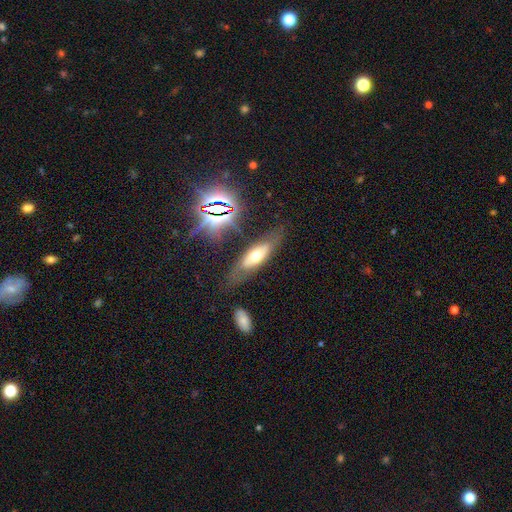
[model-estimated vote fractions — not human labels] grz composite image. It shows a smooth galaxy with no disk features (46%). Merging: none (70%).